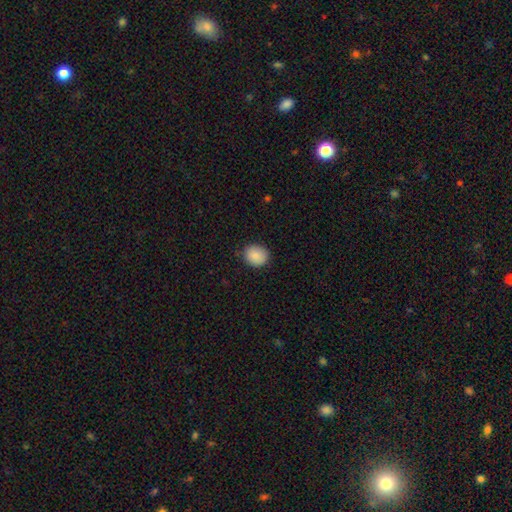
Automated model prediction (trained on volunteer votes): Q: Smooth or featured?
A: smooth (87%); runner-up: star or artifact (8%)
Q: How rounded?
A: round (76%); runner-up: in between (23%)
Q: Merging?
A: none (84%); runner-up: minor disturbance (12%)